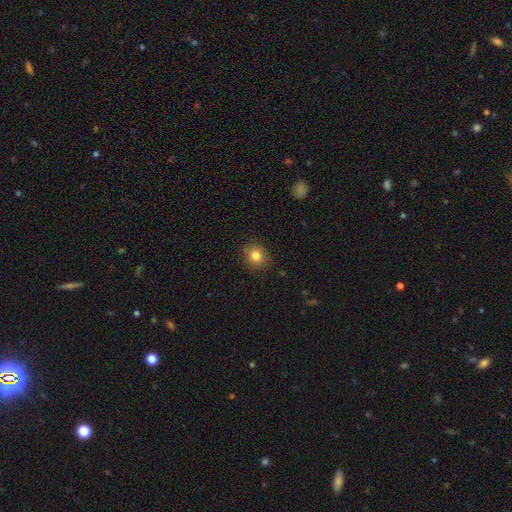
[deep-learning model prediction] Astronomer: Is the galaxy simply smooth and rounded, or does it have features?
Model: smooth — 82%.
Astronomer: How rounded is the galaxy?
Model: round — 79%.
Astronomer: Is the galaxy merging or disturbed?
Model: none — 89%.